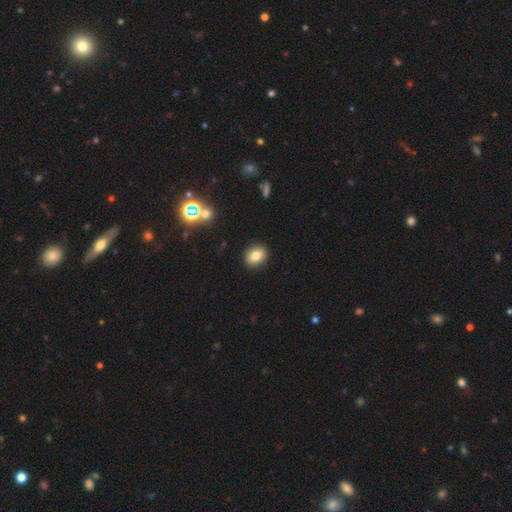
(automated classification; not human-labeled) A smooth galaxy with no disk features (80%) that is round (52%). Merging: none (90%).